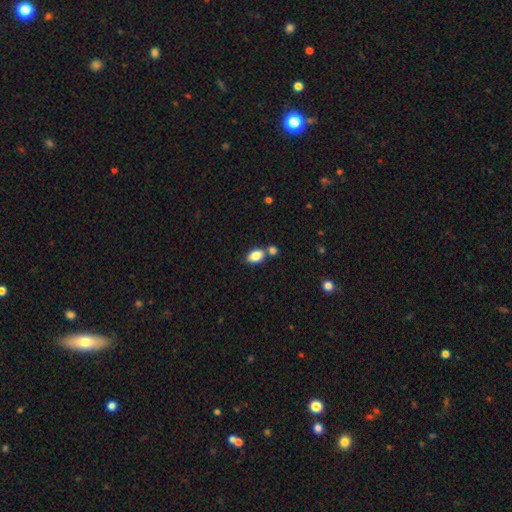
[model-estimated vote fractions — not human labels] Smooth or featured: smooth — 84% (star or artifact — 8%)
How rounded: in between — 87% (round — 12%)
Merging: none — 60% (merger — 26%)